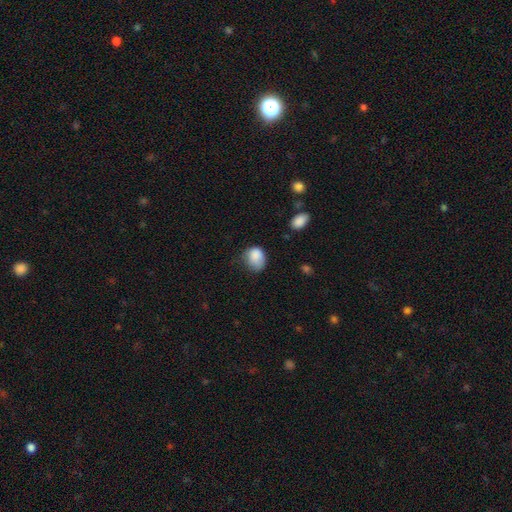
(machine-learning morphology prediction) A smooth galaxy with no disk features (84%) that is in between round and cigar-shaped (55%).

Vote fractions:
- Smooth or featured? smooth: 84% / star or artifact: 8% / featured or disk: 8%
- How rounded? in between: 55% / round: 44% / cigar-shaped: 1%
- Merging? minor disturbance: 40% (tied) / none: 40% (tied) / major disturbance: 17% / merger: 3%